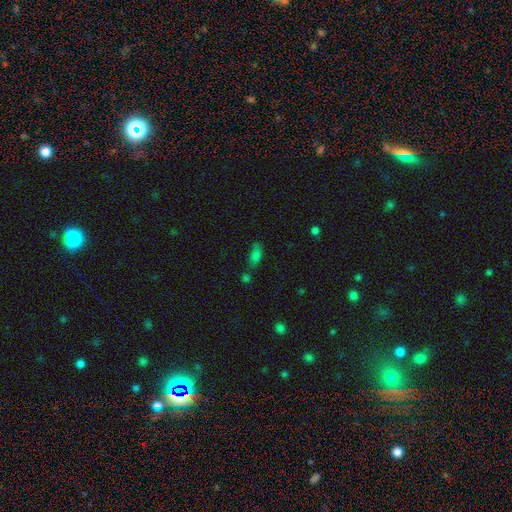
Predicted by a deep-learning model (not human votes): Morphology: type=smooth (74%); roundness=in between (78%); merging=none (53%).